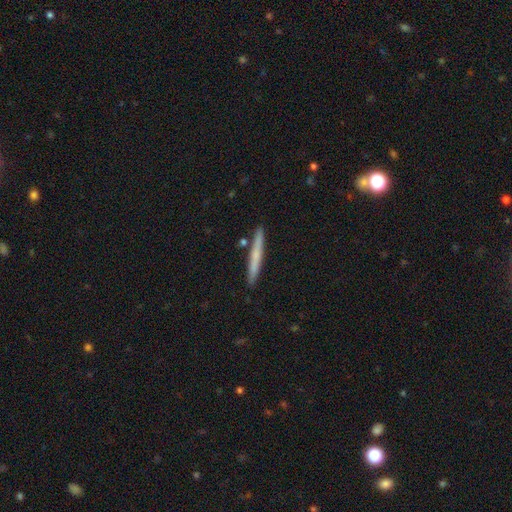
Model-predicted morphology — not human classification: This appears to be a smooth galaxy with no disk features (58%) that is cigar-shaped (97%). Merging: none (88%).